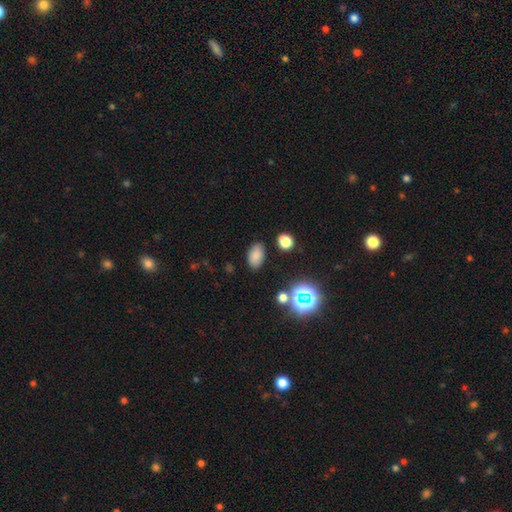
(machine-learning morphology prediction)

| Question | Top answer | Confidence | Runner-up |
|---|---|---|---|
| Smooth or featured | smooth | 79% | star or artifact (14%) |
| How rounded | in between | 91% | round (7%) |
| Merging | none | 85% | minor disturbance (10%) |